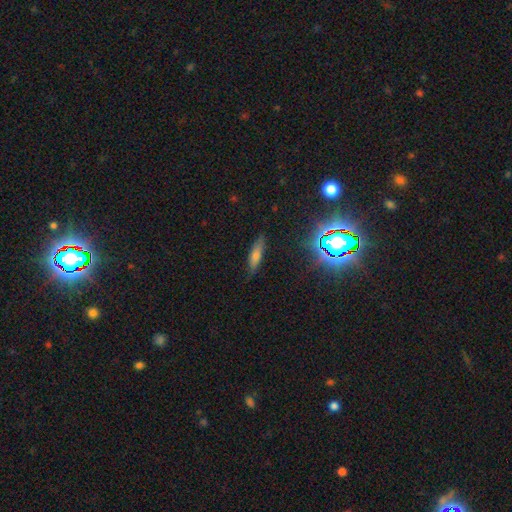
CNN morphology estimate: A smooth galaxy with no disk features (59%) that is cigar-shaped (66%). Merging: none (81%).